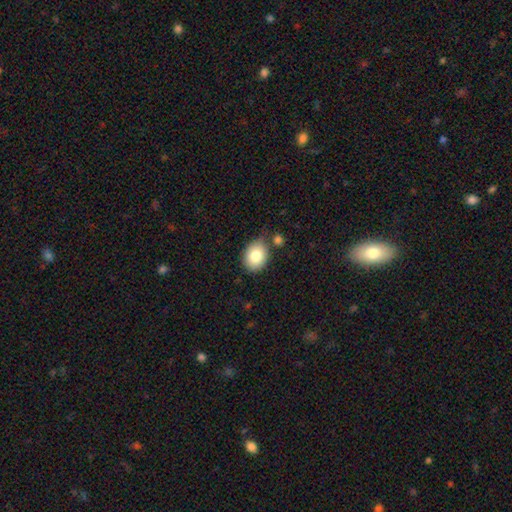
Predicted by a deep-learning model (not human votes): smooth 82%, featured or disk 10%, star or artifact 8%. Down the decision tree: how rounded — in between (56%); merging — none (72%).